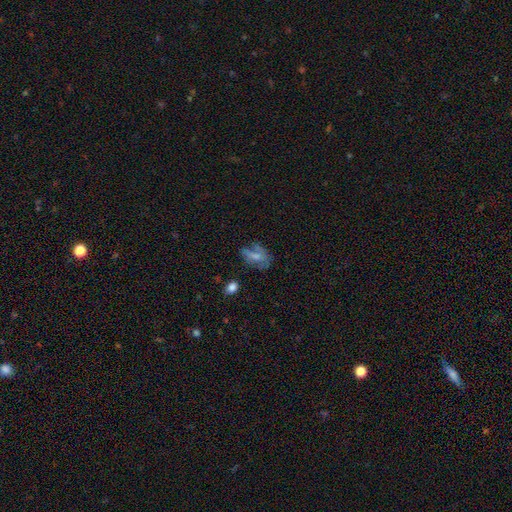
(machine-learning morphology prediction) smooth 53%, featured or disk 34%, star or artifact 13%. Down the decision tree: how rounded — in between (79%); merging — none (44%).